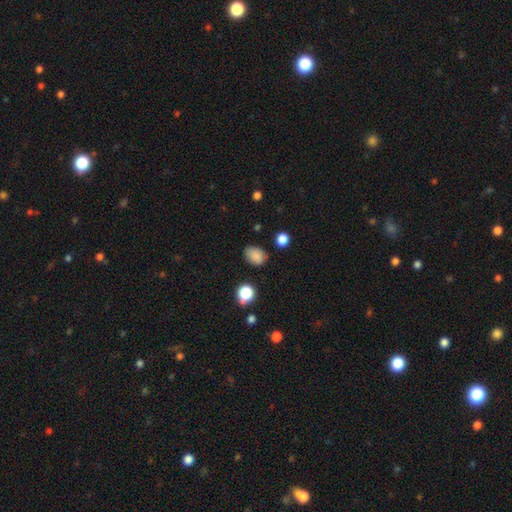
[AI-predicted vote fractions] Q: Smooth or featured?
A: smooth (84%); runner-up: star or artifact (11%)
Q: How rounded?
A: in between (75%); runner-up: round (24%)
Q: Merging?
A: none (75%); runner-up: minor disturbance (19%)